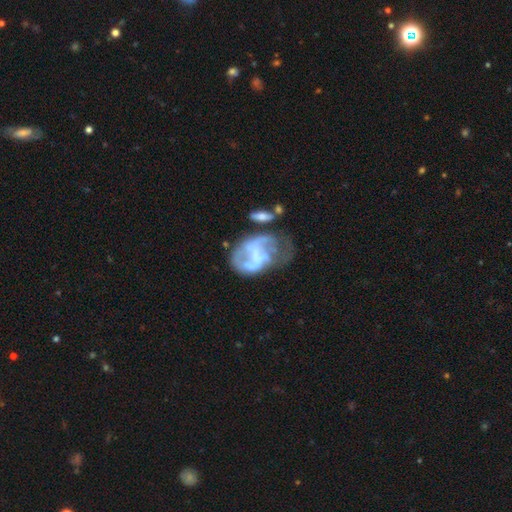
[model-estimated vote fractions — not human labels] smooth_or_featured: featured or disk (p=0.64) [alt: smooth p=0.26]
disk_edge_on: no (p=0.97) [alt: yes p=0.03]
bar: no (p=0.58) [alt: weak p=0.28]
has_spiral_arms: no (p=0.59) [alt: yes p=0.41]
bulge_size: none (p=0.64) [alt: small p=0.17]
merging: major disturbance (p=0.42) [alt: none p=0.23]